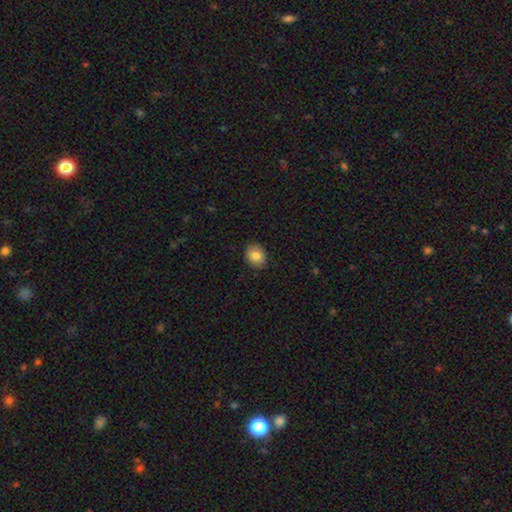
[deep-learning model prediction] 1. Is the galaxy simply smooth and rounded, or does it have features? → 83% smooth, 9% featured or disk, 8% star or artifact.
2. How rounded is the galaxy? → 58% round, 41% in between, 1% cigar-shaped.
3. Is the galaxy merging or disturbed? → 88% none, 9% minor disturbance, 2% major disturbance, 1% merger.